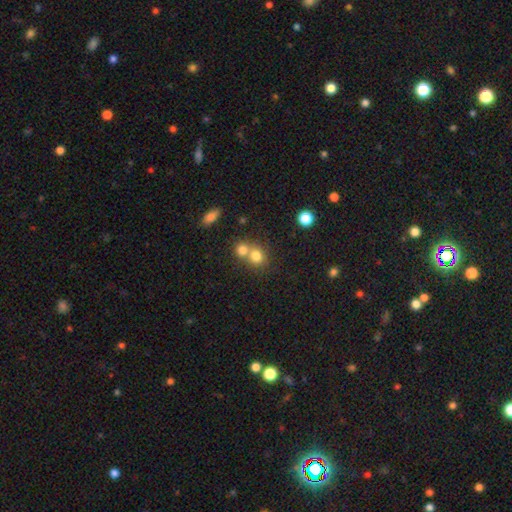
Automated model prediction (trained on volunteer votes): This is likely a smooth galaxy (78%). How rounded: likely round (76%). Merging: possibly merger (54%).